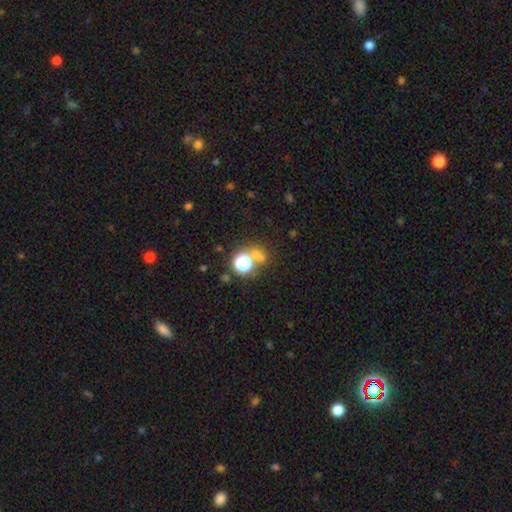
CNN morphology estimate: Smooth or featured? Predicted: smooth (p=0.46). Merging? Predicted: none (p=0.59).